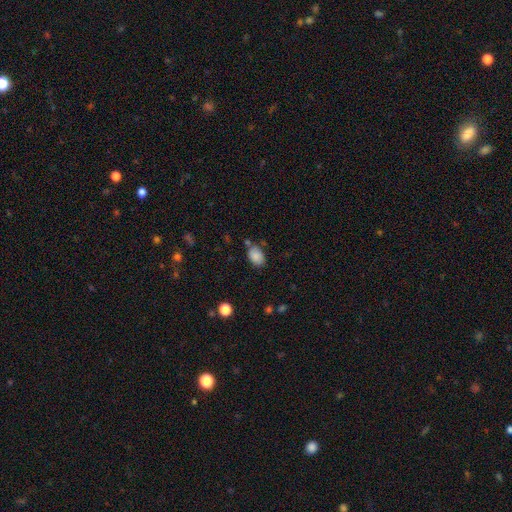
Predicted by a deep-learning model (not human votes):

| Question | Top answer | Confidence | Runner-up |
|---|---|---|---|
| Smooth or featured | smooth | 85% | star or artifact (9%) |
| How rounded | in between | 80% | round (19%) |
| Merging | none | 70% | minor disturbance (18%) |